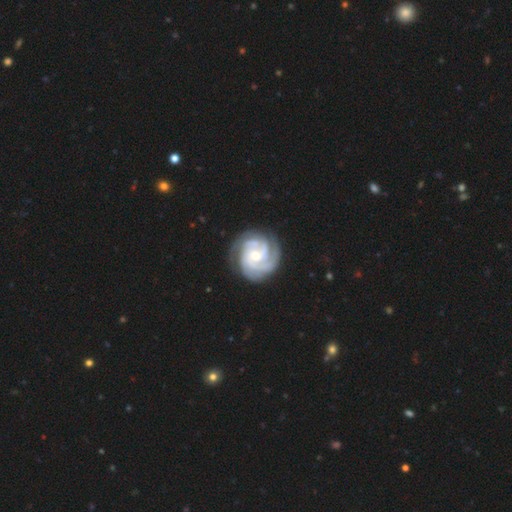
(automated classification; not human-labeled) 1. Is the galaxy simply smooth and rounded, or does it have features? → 90% featured or disk, 6% smooth, 4% star or artifact.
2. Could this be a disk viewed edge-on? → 98% no, 2% yes.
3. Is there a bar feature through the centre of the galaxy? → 61% no, 32% weak, 8% strong.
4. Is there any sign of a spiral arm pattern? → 98% yes, 2% no.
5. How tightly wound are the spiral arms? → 71% tight, 26% medium, 3% loose.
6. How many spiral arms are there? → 45% 3, 17% 4, 13% 2, 13% can't tell, 6% more than 4, 6% 1.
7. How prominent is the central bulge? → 51% moderate, 42% small, 4% large, 2% none, 1% dominant.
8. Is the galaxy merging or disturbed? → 80% none, 14% minor disturbance, 5% major disturbance, 1% merger.